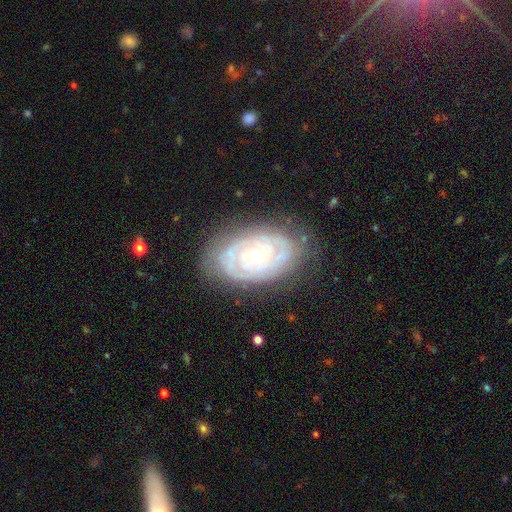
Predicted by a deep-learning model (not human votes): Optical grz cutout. It shows a featured or disk galaxy (85%) with no bar (79%), tight (81%) spiral arms (92%) and a moderate central bulge (50%). Merging: none (77%).